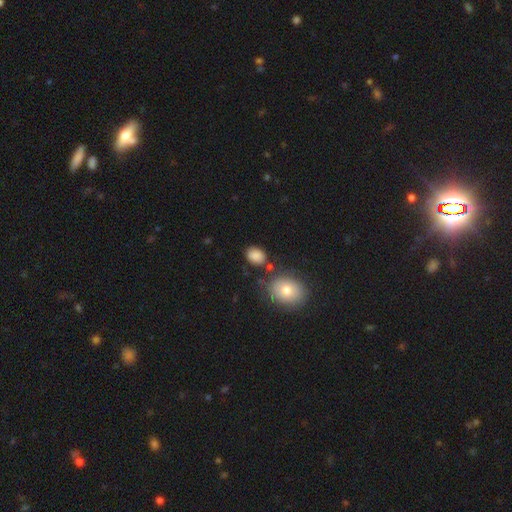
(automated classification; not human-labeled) smooth_or_featured: smooth (p=0.85) [alt: star or artifact p=0.09]
how_rounded: in between (p=0.74) [alt: round p=0.25]
merging: none (p=0.74) [alt: minor disturbance p=0.15]